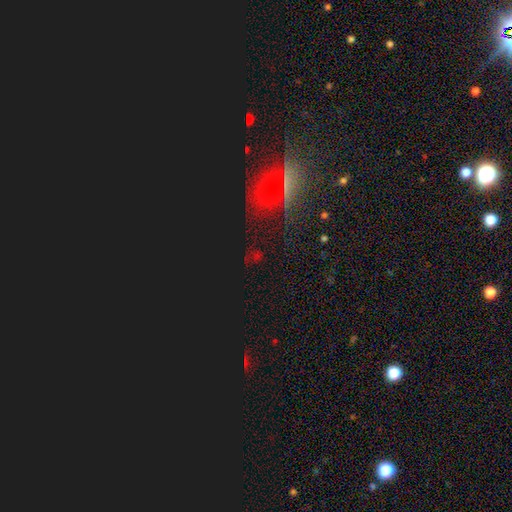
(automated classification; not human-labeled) Q: Smooth or featured?
A: star or artifact (73%); runner-up: smooth (19%)